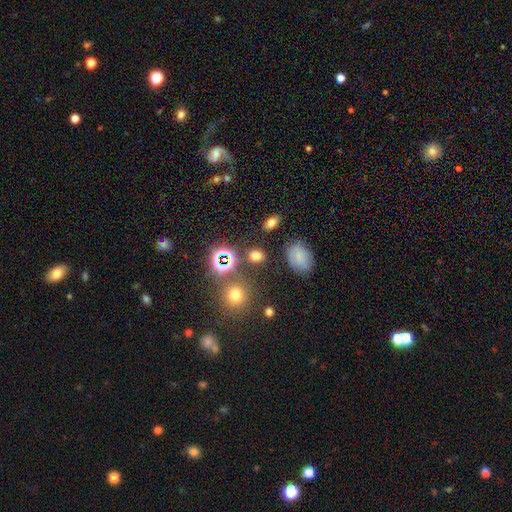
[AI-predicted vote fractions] Smooth or featured? Predicted: smooth (p=0.64). How rounded? Predicted: round (p=0.53). Merging? Predicted: none (p=0.80).